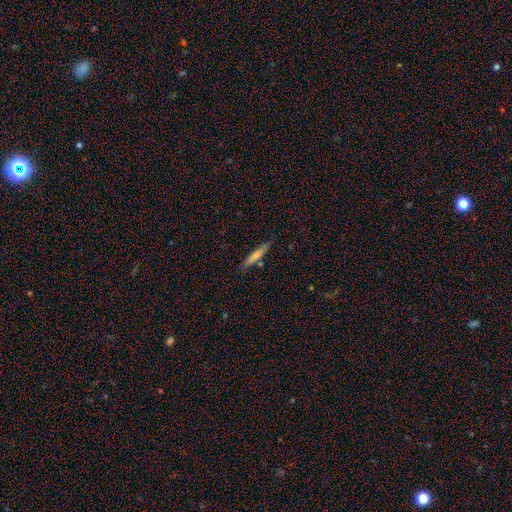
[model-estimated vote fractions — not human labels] smooth_or_featured: smooth (p=0.70) [alt: featured or disk p=0.23]
how_rounded: cigar-shaped (p=0.91) [alt: in between p=0.08]
merging: none (p=0.81) [alt: minor disturbance p=0.12]